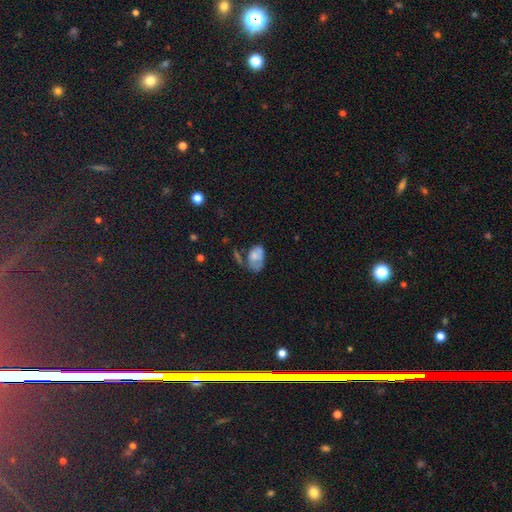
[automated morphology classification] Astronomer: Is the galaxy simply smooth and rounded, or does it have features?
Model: smooth — 64%.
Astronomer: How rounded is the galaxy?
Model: in between — 88%.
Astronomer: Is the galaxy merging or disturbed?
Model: none — 35% (runner-up: minor disturbance, 30%).